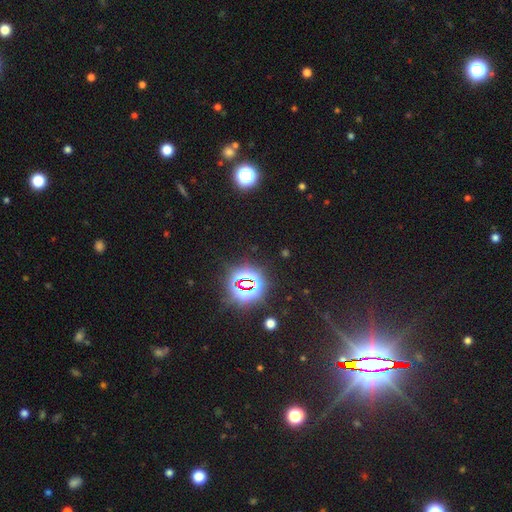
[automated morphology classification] star or artifact 83%, smooth 9%, featured or disk 8%.